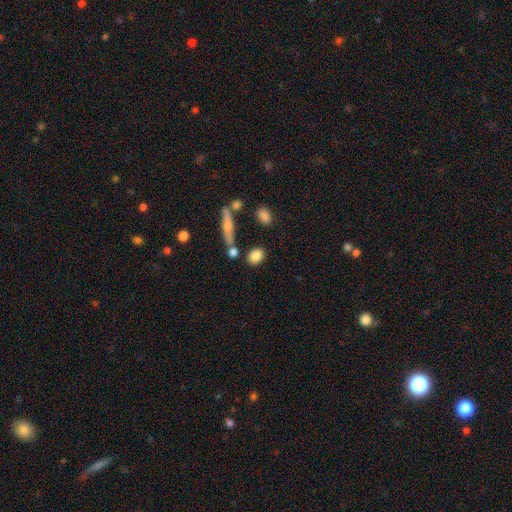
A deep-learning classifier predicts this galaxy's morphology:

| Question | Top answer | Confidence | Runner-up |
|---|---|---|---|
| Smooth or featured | smooth | 83% | featured or disk (9%) |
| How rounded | in between | 60% | round (35%) |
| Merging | none | 74% | minor disturbance (11%) |